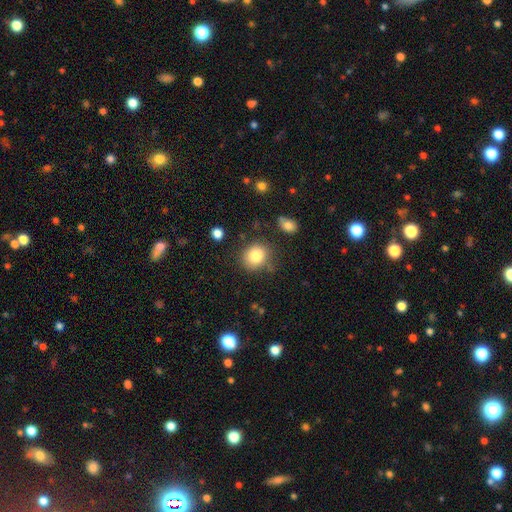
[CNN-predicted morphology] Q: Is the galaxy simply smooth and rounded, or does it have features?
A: smooth — 83%.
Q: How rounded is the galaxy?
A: round — 76%.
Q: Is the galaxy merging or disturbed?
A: none — 76%.